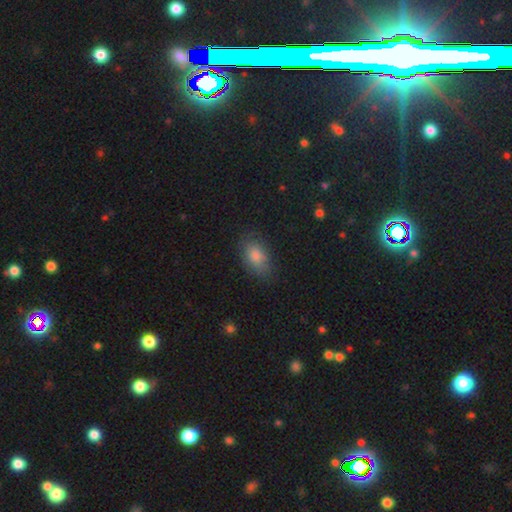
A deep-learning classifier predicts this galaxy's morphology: smooth 82%, star or artifact 10%, featured or disk 9%. Down the decision tree: how rounded — in between (88%); merging — none (77%).